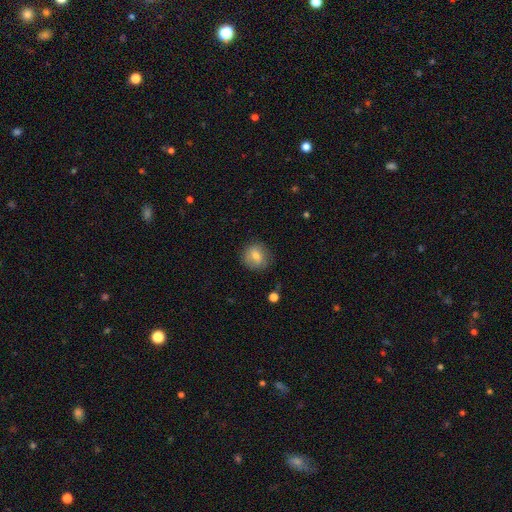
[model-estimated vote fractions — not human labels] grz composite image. It shows a smooth galaxy with no disk features (74%) that is round (78%). Merging: none (79%).